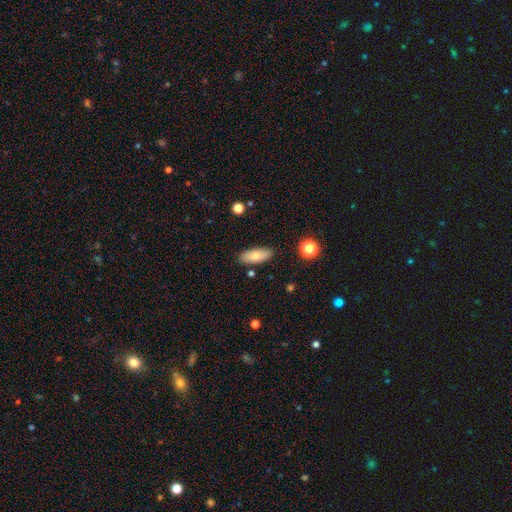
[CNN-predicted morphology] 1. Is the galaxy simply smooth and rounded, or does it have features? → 79% smooth, 13% featured or disk, 7% star or artifact.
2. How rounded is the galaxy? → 79% in between, 19% cigar-shaped, 3% round.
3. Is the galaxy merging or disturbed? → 86% none, 10% minor disturbance, 2% major disturbance, 2% merger.